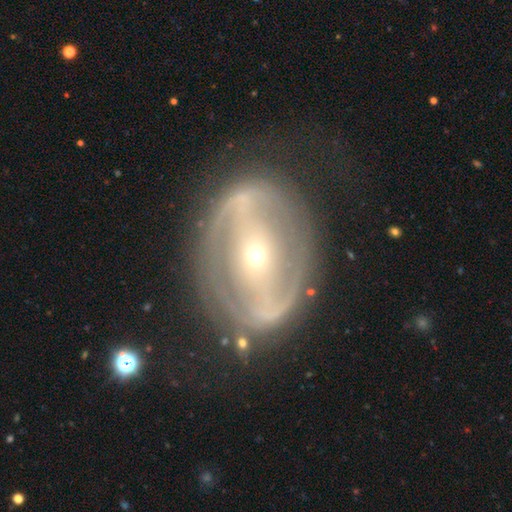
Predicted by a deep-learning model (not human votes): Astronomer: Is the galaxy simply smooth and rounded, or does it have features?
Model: featured or disk — 79%.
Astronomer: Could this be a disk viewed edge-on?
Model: no — 93%.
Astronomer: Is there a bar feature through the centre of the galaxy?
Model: strong — 50% (runner-up: no, 27%).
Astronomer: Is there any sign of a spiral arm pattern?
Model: no — 53% (runner-up: yes, 47%).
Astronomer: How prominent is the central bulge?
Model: small — 69%.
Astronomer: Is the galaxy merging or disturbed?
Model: none — 70%.